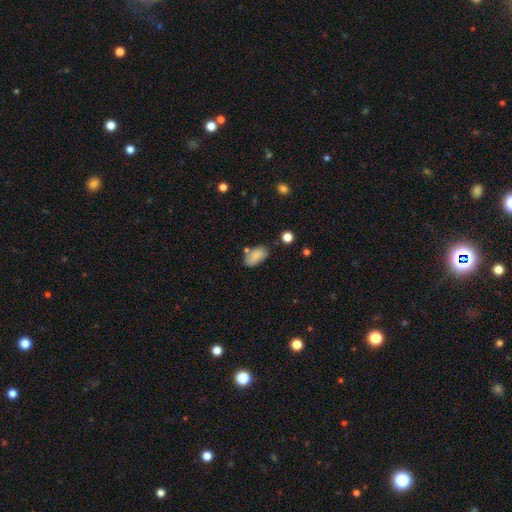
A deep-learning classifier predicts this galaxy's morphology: Overall: smooth (82%). How rounded: in between (93%). Merging: none (61%; minor disturbance 24%).